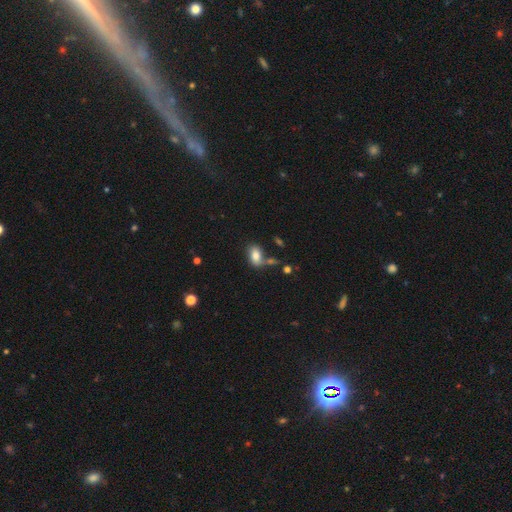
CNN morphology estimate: This appears to be a smooth galaxy with no disk features (82%) that is in between round and cigar-shaped (88%). Merging: none (58%).